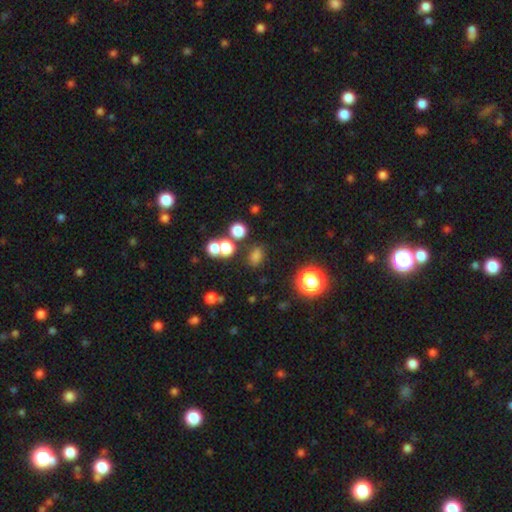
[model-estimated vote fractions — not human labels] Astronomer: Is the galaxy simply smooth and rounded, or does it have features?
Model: smooth — 72%.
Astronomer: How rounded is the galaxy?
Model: in between — 60% (runner-up: round, 38%).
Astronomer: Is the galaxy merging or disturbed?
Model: none — 72%.